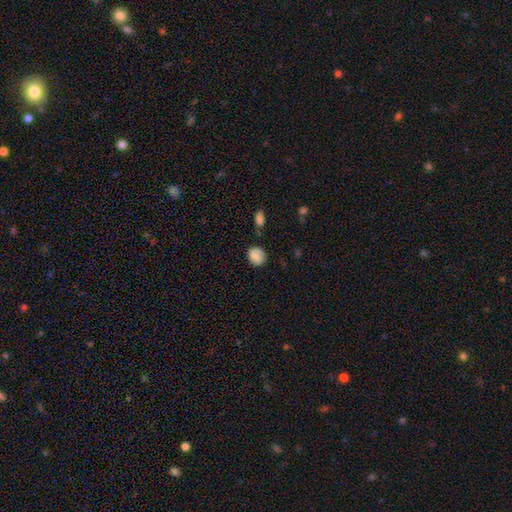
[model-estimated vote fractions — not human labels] Overall: smooth (85%). How rounded: round (68%; in between 31%). Merging: none (74%).